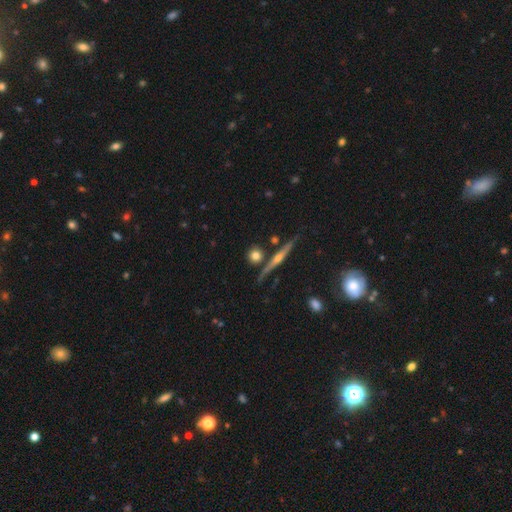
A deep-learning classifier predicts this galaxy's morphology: smooth_or_featured: smooth (p=0.69) [alt: featured or disk p=0.21]
how_rounded: round (p=0.85) [alt: in between p=0.09]
merging: none (p=0.76) [alt: merger p=0.11]